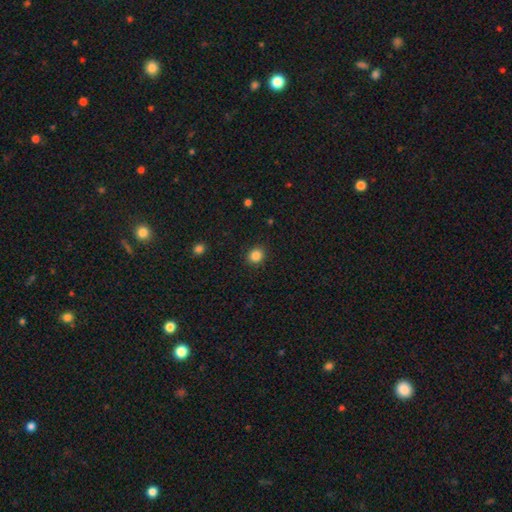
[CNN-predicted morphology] Smooth or featured?
  - smooth: 85% *
  - star or artifact: 11%
  - featured or disk: 4%
How rounded?
  - round: 83% *
  - in between: 17%
  - cigar-shaped: 1%
Merging?
  - none: 90% *
  - minor disturbance: 7%
  - major disturbance: 2%
  - merger: 1%